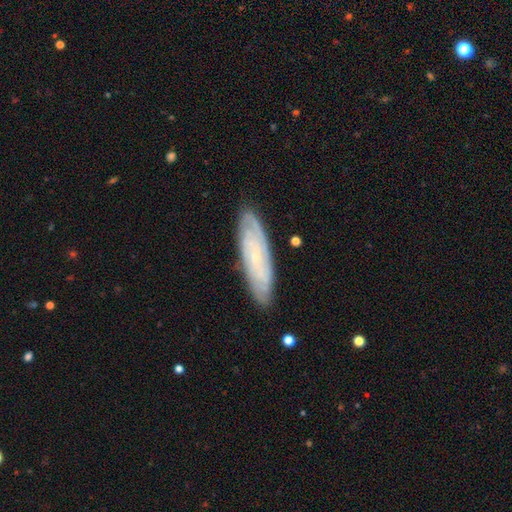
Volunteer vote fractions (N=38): Smooth or featured? featured or disk (63%)
Edge-on disk? no (88%)
Bar? no (90%)
Spiral arms? yes (90%)
Spiral winding? tight (89%)
Spiral arm count? can't tell (68%)
Bulge size? small (90%)
Merging? none (91%)